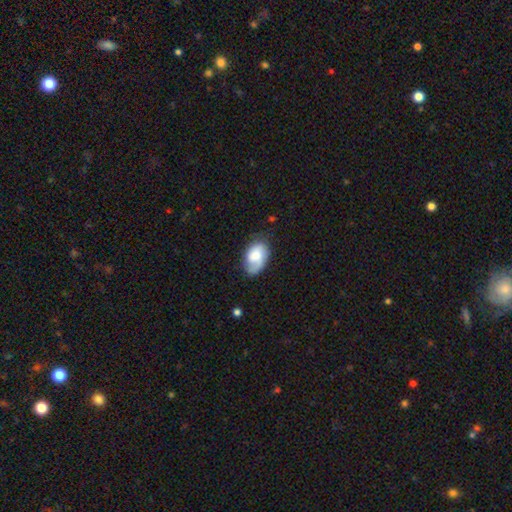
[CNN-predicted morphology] type=smooth (57%); roundness=in between (88%); merging=none (59%).